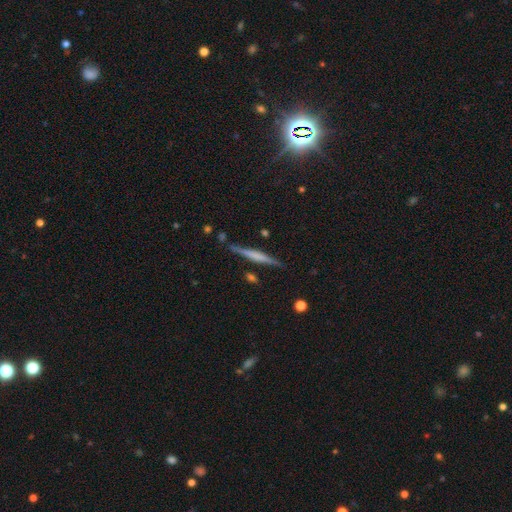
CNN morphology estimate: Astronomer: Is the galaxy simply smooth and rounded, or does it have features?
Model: featured or disk — 59%.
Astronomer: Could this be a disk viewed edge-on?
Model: yes — 97%.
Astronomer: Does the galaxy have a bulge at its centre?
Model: none — 45% (runner-up: boxy, 29%).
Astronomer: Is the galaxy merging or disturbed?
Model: none — 85%.